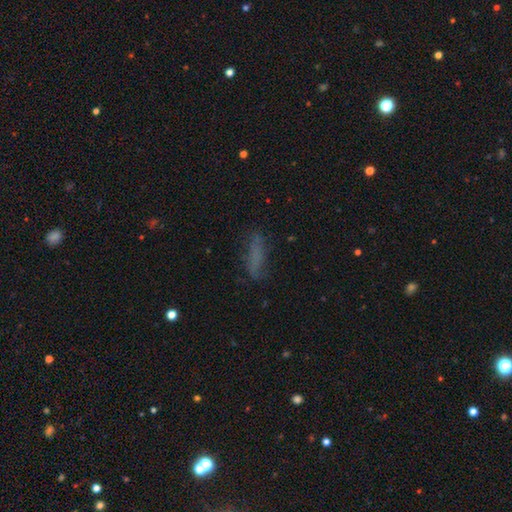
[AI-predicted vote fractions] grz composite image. It shows a smooth galaxy with no disk features (64%) that is cigar-shaped (64%). Merging: none (69%).